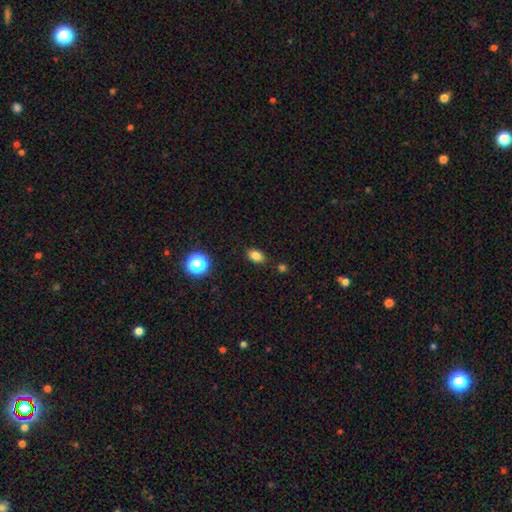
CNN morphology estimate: This is clearly a smooth galaxy (82%). How rounded: clearly in between (84%). Merging: clearly none (85%).